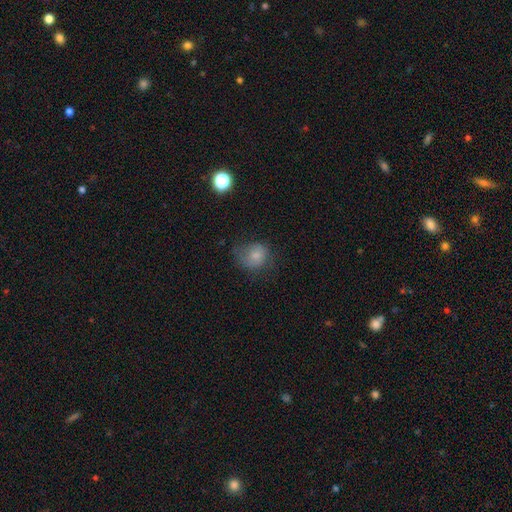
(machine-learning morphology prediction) smooth-or-featured: smooth: 73% | featured or disk: 16% | star or artifact: 11%
  how-rounded: round: 68% | in between: 31% | cigar-shaped: 1%
  merging: none: 50% | minor disturbance: 29% | major disturbance: 19% | merger: 2%